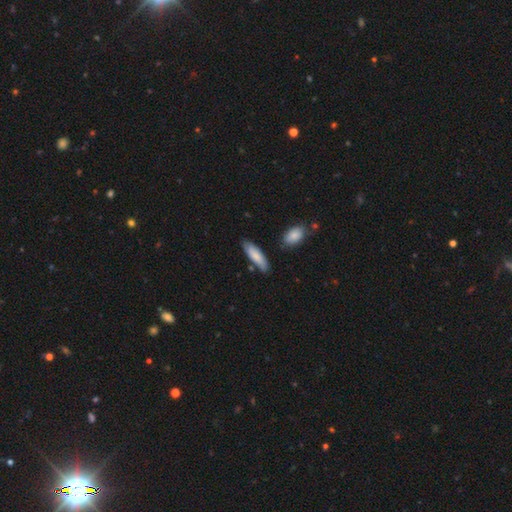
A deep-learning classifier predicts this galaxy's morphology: smooth 80%, featured or disk 14%, star or artifact 6%. Down the decision tree: how rounded — cigar-shaped (52%); merging — none (76%).